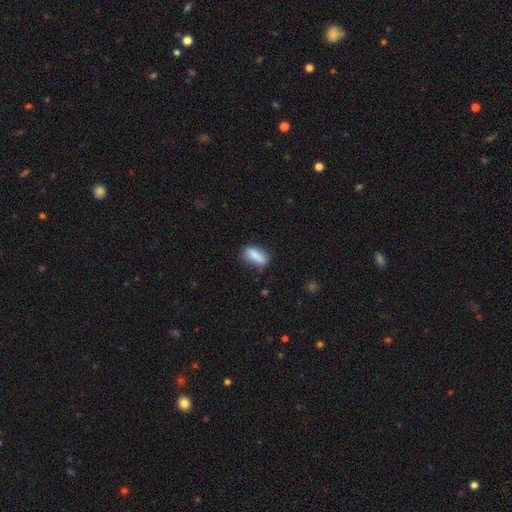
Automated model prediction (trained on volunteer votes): Q: Smooth or featured?
A: smooth (83%); runner-up: featured or disk (10%)
Q: How rounded?
A: in between (71%); runner-up: cigar-shaped (25%)
Q: Merging?
A: none (71%); runner-up: minor disturbance (21%)